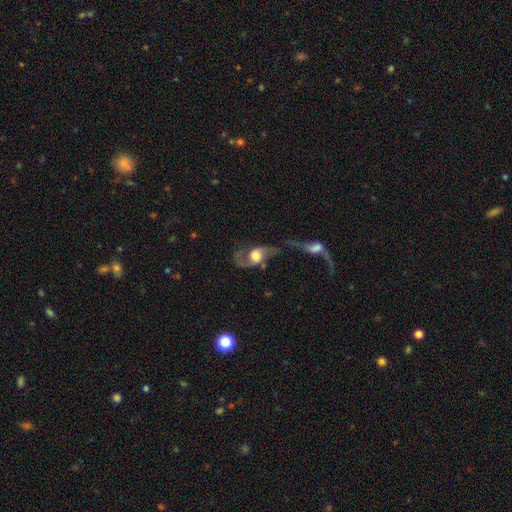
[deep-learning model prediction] Smooth or featured? featured or disk (68%)
Edge-on disk? no (92%)
Bar? no (68%)
Spiral arms? yes (83%)
Spiral winding? loose (68%)
Spiral arm count? 2 (79%)
Bulge size? large (49%)
Merging? merger (48%)